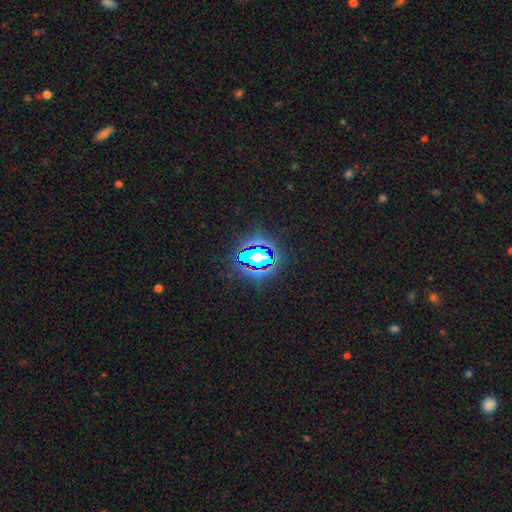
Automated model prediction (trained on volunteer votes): The model was most divided on "smooth or featured": star or artifact: 80%, smooth: 12%, featured or disk: 7%.